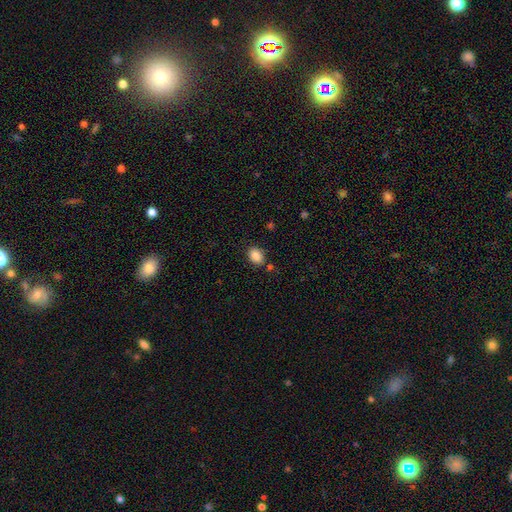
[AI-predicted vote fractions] A smooth galaxy with no disk features (87%) that is in between round and cigar-shaped (71%).

Vote fractions:
- Smooth or featured? smooth: 87% / star or artifact: 9% / featured or disk: 4%
- How rounded? in between: 71% / round: 28% / cigar-shaped: 1%
- Merging? none: 81% / minor disturbance: 12% / merger: 5% / major disturbance: 3%